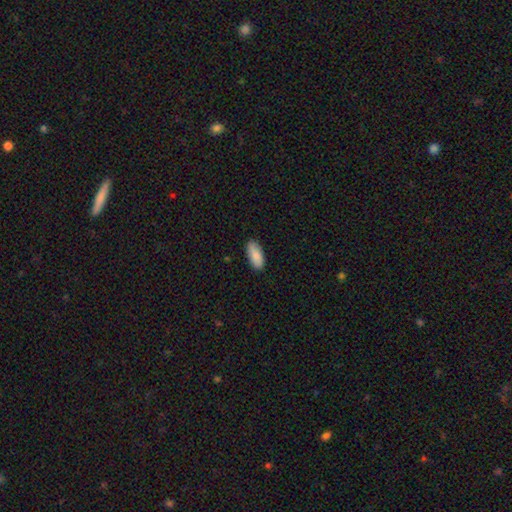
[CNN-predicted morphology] Overall: smooth (88%). How rounded: in between (87%). Merging: none (87%).